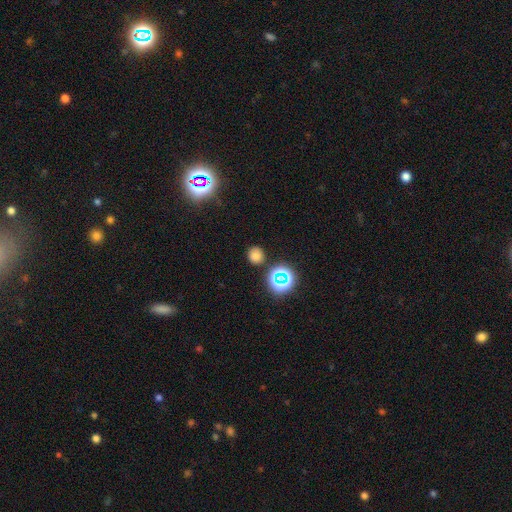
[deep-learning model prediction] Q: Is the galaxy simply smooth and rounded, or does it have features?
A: smooth — 73%.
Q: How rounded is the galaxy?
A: round — 86%.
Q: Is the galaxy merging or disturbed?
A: none — 85%.